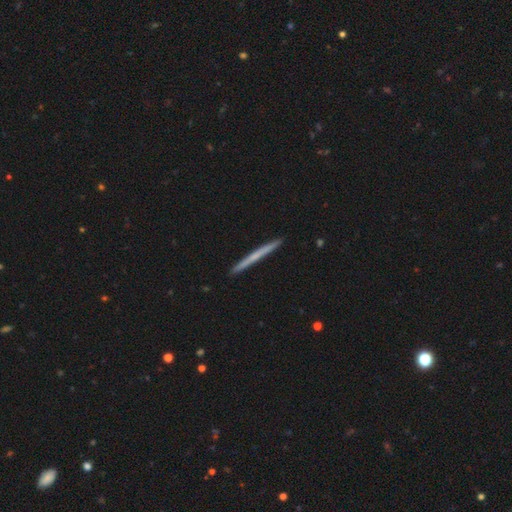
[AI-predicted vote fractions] Morphology: type=featured or disk (48%); merging=none (93%).